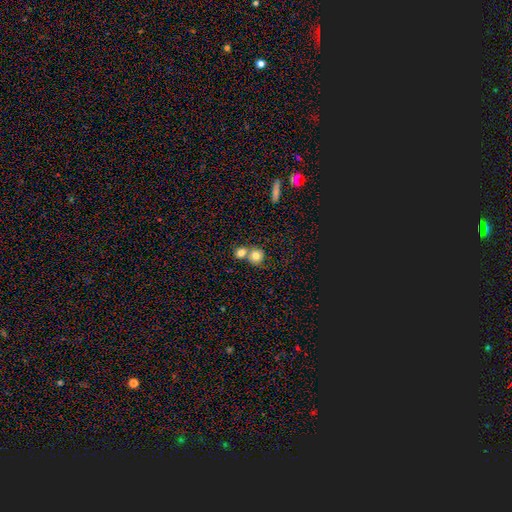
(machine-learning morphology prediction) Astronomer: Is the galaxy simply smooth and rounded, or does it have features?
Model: smooth — 78%.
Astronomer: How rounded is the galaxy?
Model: round — 84%.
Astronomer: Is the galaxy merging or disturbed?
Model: merger — 50% (runner-up: none, 40%).